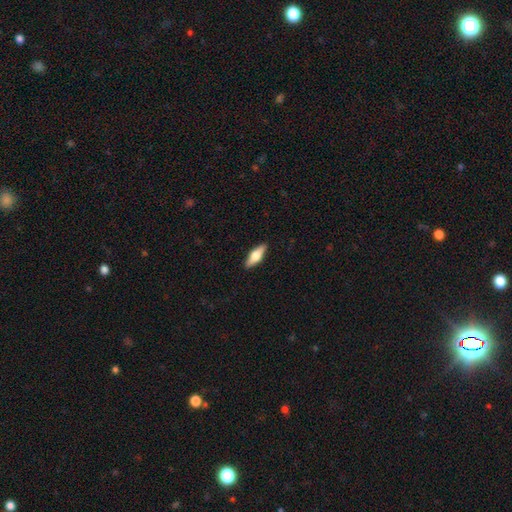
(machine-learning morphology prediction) Smooth or featured: smooth — 54% (featured or disk — 40%)
How rounded: in between — 56% (cigar-shaped — 41%)
Merging: none — 89% (minor disturbance — 8%)